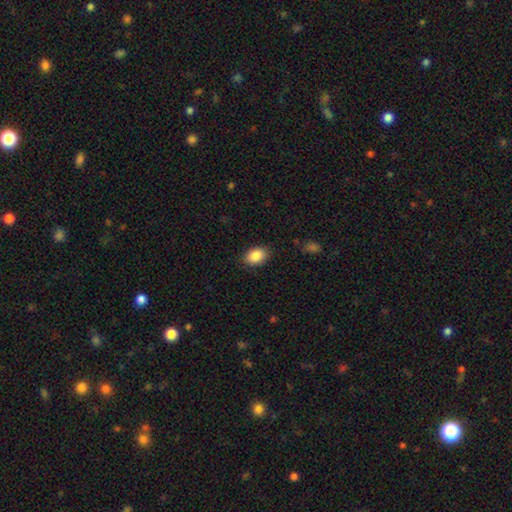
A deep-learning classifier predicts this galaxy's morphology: Smooth or featured? Predicted: smooth (p=0.88). How rounded? Predicted: in between (p=0.83). Merging? Predicted: none (p=0.87).